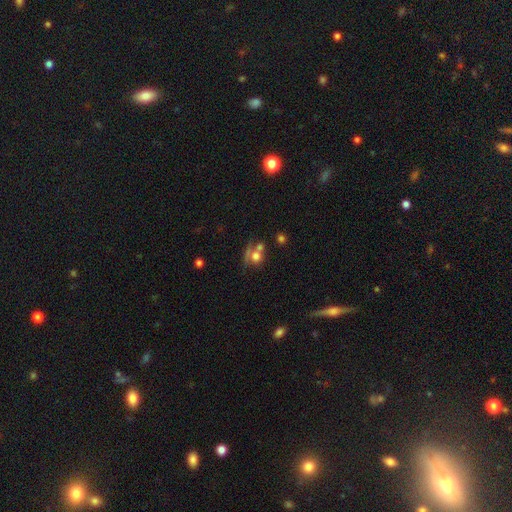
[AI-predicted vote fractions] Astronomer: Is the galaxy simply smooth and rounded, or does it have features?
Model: smooth — 64%.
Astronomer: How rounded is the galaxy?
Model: round — 72%.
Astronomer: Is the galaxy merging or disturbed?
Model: merger — 39% (runner-up: none, 36%).